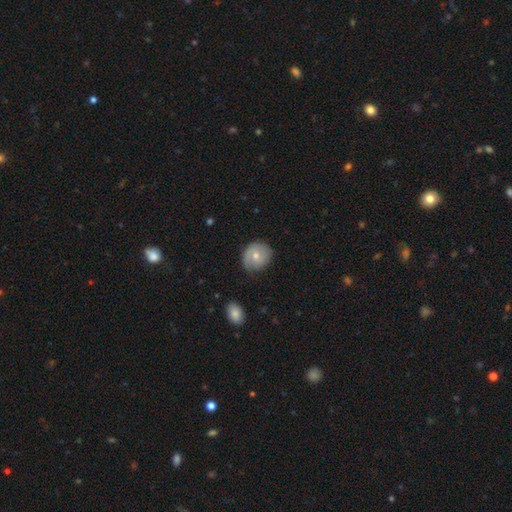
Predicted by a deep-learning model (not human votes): Smooth or featured: smooth — 64% (featured or disk — 29%)
How rounded: round — 81% (in between — 18%)
Merging: none — 73% (minor disturbance — 21%)